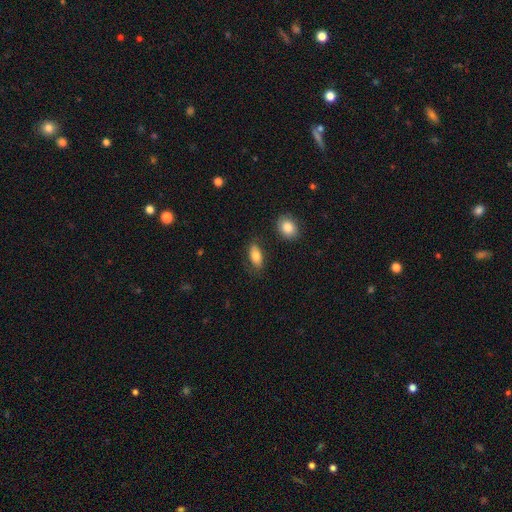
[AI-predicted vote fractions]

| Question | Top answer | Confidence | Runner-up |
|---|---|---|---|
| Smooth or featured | smooth | 81% | featured or disk (12%) |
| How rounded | in between | 89% | cigar-shaped (7%) |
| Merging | none | 79% | minor disturbance (14%) |